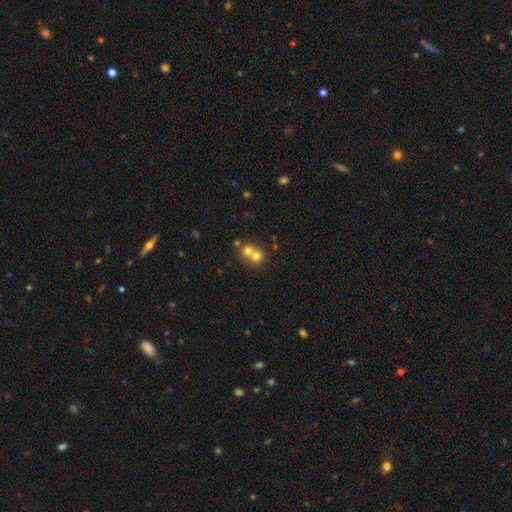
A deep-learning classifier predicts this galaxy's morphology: type=smooth (68%); roundness=round (84%); merging=merger (62%).